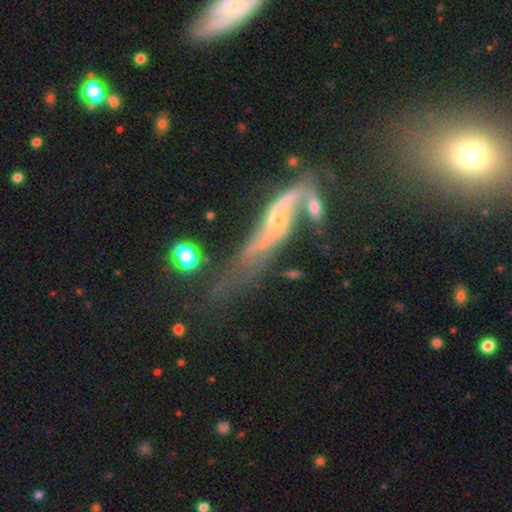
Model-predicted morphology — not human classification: Smooth or featured? Predicted: featured or disk (p=0.74). Edge-on disk? Predicted: no (p=0.63). Merging? Predicted: merger (p=0.28, tied with none).